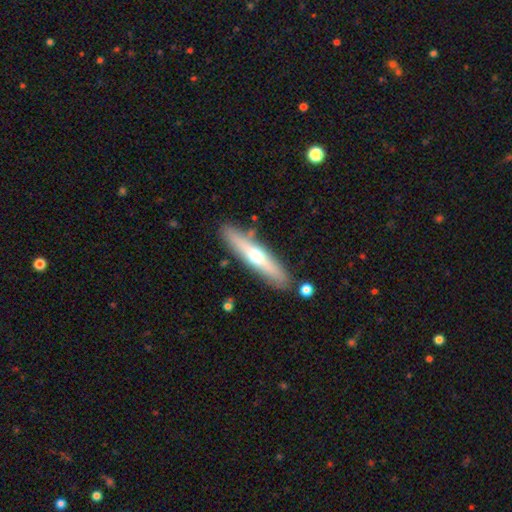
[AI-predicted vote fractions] Smooth or featured? Predicted: featured or disk (p=0.52). Edge-on disk? Predicted: yes (p=0.89). Merging? Predicted: none (p=0.83).